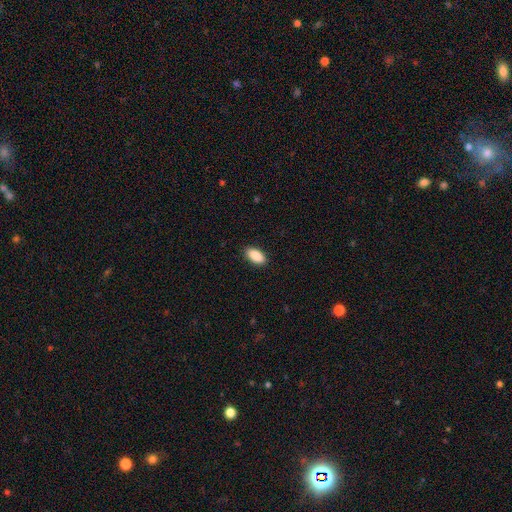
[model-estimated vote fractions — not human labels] Overall: smooth (90%). How rounded: in between (93%). Merging: none (89%).